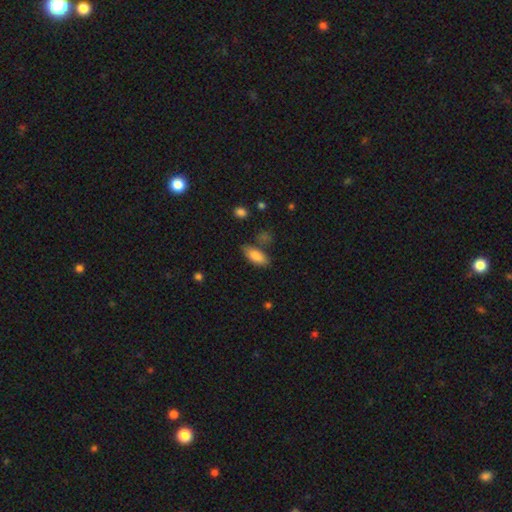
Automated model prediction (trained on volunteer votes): Smooth or featured? Predicted: smooth (p=0.82). How rounded? Predicted: in between (p=0.82). Merging? Predicted: none (p=0.71).